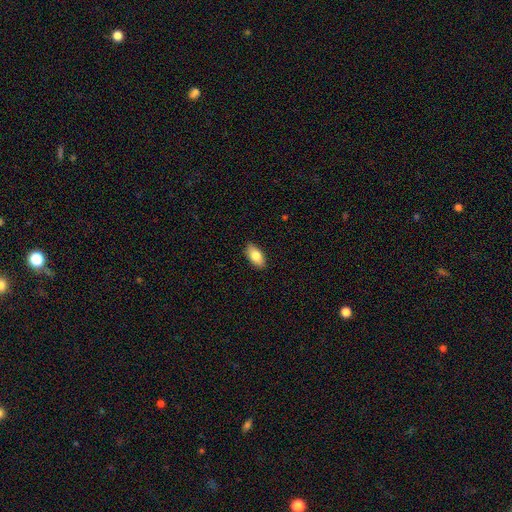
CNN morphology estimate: This is clearly a smooth galaxy (81%). How rounded: clearly in between (91%). Merging: clearly none (88%).